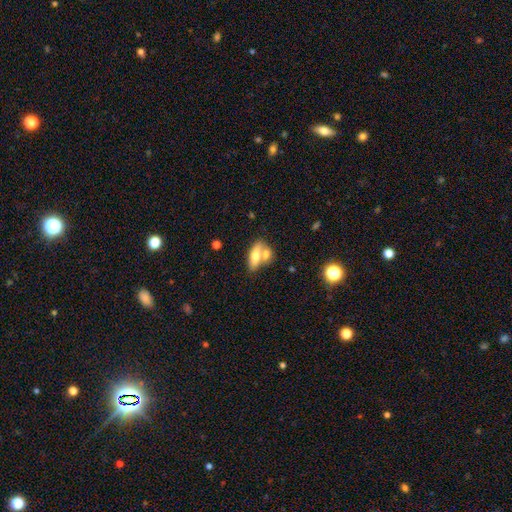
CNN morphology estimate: Smooth or featured? smooth (64%)
How rounded? in between (77%)
Merging? merger (51%)